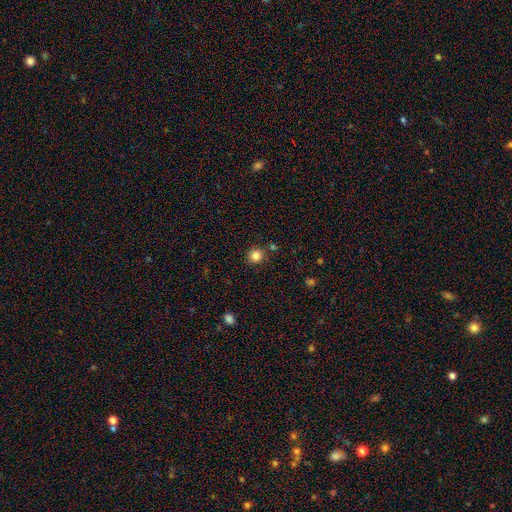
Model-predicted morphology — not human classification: smooth-or-featured: smooth: 84% | star or artifact: 12% | featured or disk: 4%
  how-rounded: round: 92% | in between: 7% | cigar-shaped: 1%
  merging: none: 84% | minor disturbance: 8% | merger: 5% | major disturbance: 3%